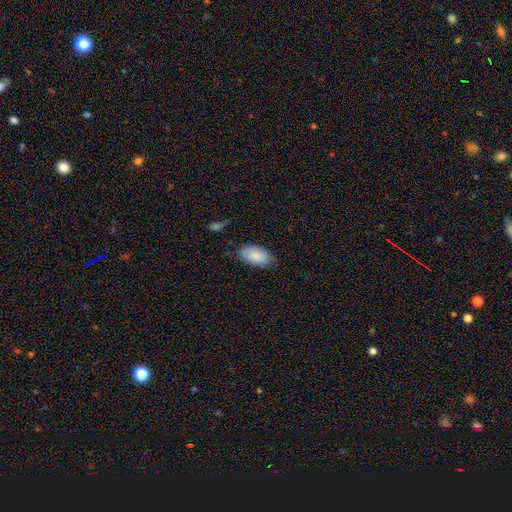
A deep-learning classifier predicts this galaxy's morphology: smooth 83%, featured or disk 11%, star or artifact 6%. Down the decision tree: how rounded — in between (94%); merging — none (75%).